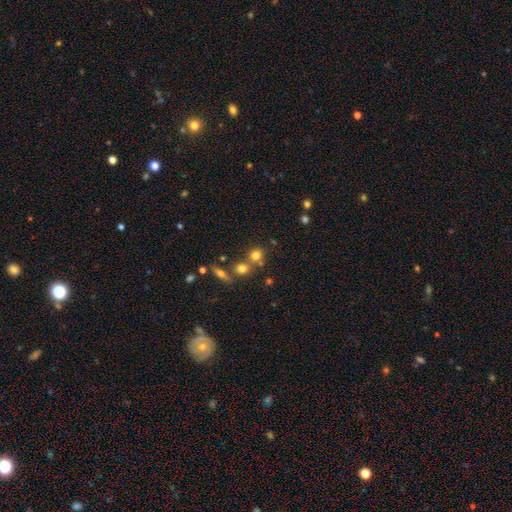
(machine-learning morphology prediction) A smooth galaxy with no disk features (74%) that is round (85%).

Vote fractions:
- Smooth or featured? smooth: 74% / star or artifact: 15% / featured or disk: 11%
- How rounded? round: 85% / in between: 13% / cigar-shaped: 1%
- Merging? none: 58% / merger: 30% / minor disturbance: 8% / major disturbance: 4%